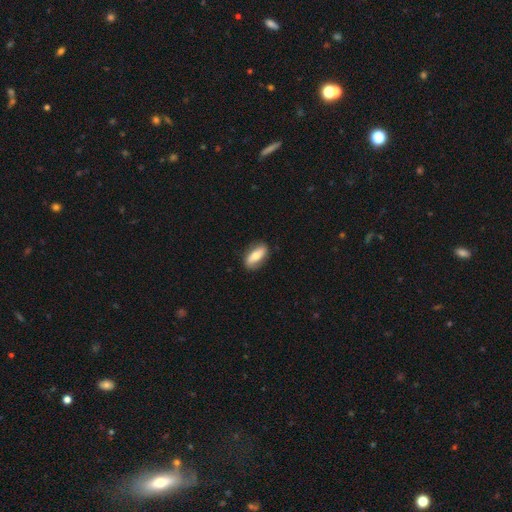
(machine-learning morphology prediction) smooth-or-featured: smooth: 62% | featured or disk: 32% | star or artifact: 6%
  how-rounded: in between: 81% | cigar-shaped: 15% | round: 4%
  merging: none: 83% | minor disturbance: 13% | major disturbance: 3% | merger: 1%